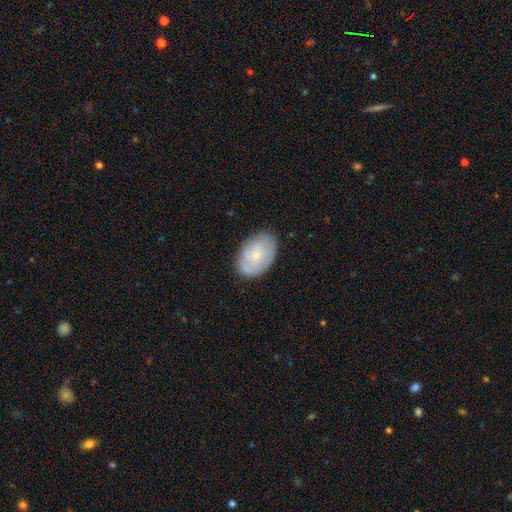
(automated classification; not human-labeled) A smooth galaxy with no disk features (55%) that is in between round and cigar-shaped (87%).

Vote fractions:
- Smooth or featured? smooth: 55% / featured or disk: 39% / star or artifact: 7%
- How rounded? in between: 87% / round: 12% / cigar-shaped: 1%
- Merging? none: 77% / minor disturbance: 18% / major disturbance: 4% / merger: 1%